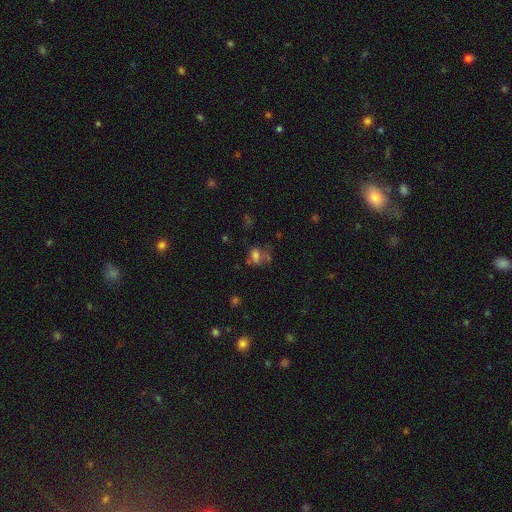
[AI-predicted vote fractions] Smooth or featured?
  - smooth: 56% *
  - star or artifact: 23%
  - featured or disk: 22%
How rounded?
  - in between: 69% *
  - round: 27%
  - cigar-shaped: 3%
Merging?
  - none: 37% *
  - major disturbance: 26%
  - minor disturbance: 21%
  - merger: 16%